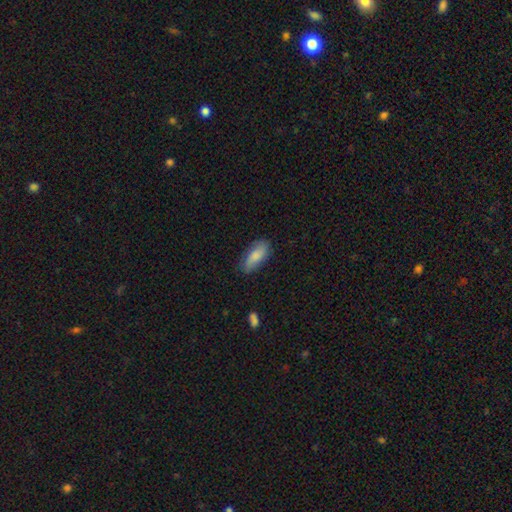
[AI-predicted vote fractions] Overall: smooth (78%). How rounded: in between (82%). Merging: none (75%).